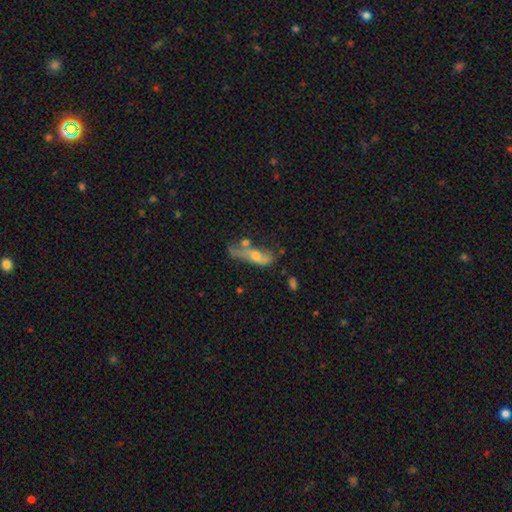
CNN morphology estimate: The model was most divided on "merging": none: 33%, minor disturbance: 24%, major disturbance: 24%, merger: 20%. More confident: edge-on disk — no (70%); smooth or featured — featured or disk (53%).